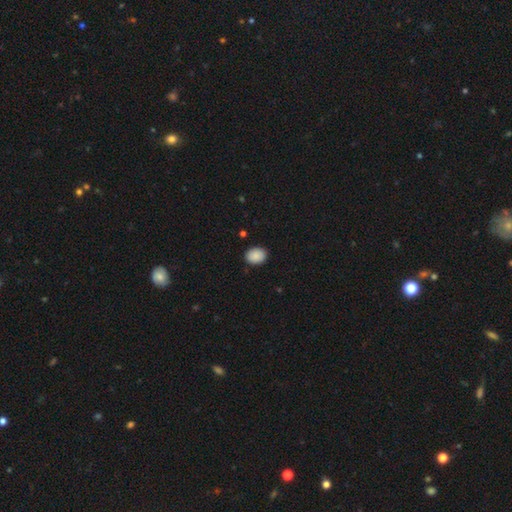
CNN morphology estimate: Smooth or featured?
  - smooth: 89% *
  - star or artifact: 8%
  - featured or disk: 3%
How rounded?
  - in between: 60% *
  - round: 39%
  - cigar-shaped: 1%
Merging?
  - none: 88% *
  - minor disturbance: 9%
  - major disturbance: 2%
  - merger: 1%